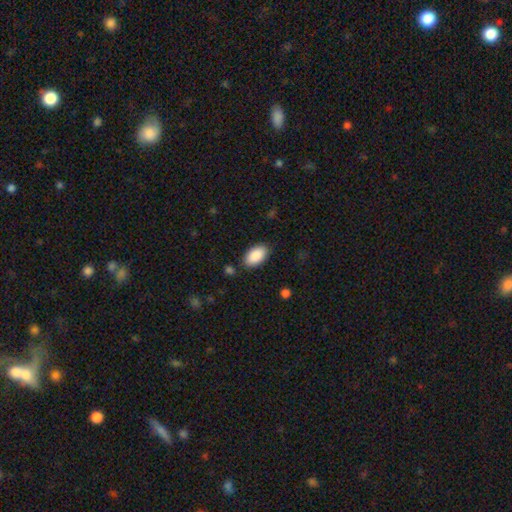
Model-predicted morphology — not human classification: The model was most divided on "merging": none: 86%, minor disturbance: 10%, major disturbance: 2%, merger: 2%. More confident: how rounded — in between (95%); smooth or featured — smooth (89%).